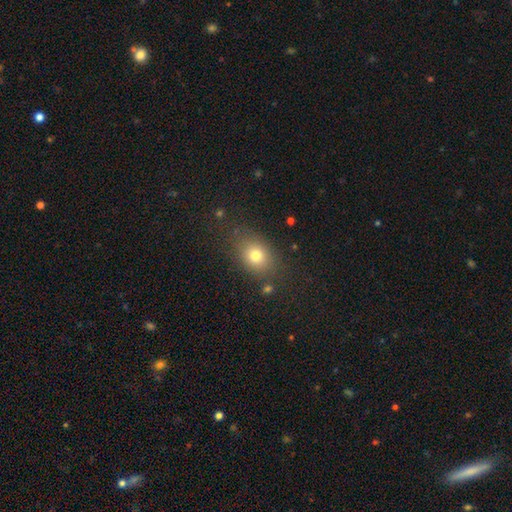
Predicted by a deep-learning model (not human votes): smooth-or-featured: smooth: 77% | star or artifact: 12% | featured or disk: 10%
  how-rounded: in between: 60% | round: 38% | cigar-shaped: 2%
  merging: none: 78% | minor disturbance: 13% | major disturbance: 6% | merger: 3%